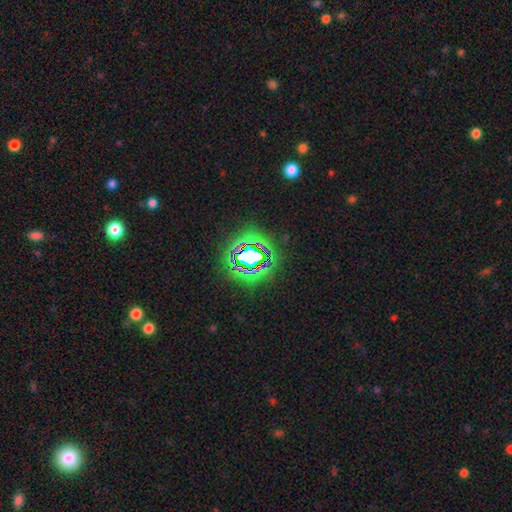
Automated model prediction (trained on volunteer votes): Morphology: type=star or artifact (66%).